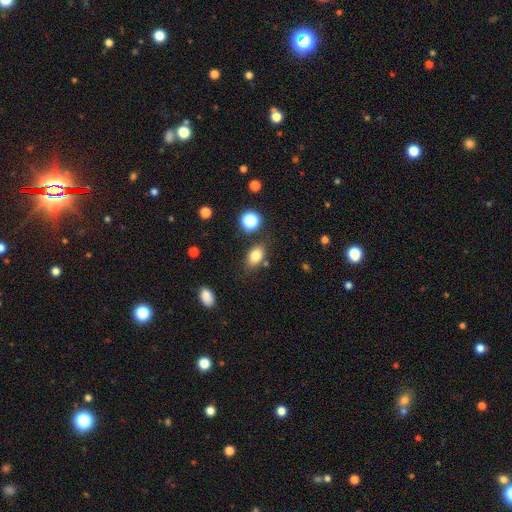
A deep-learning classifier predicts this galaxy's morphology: The model was most divided on "how rounded": in between: 81%, round: 17%, cigar-shaped: 2%. More confident: smooth or featured — smooth (80%); merging — none (77%).